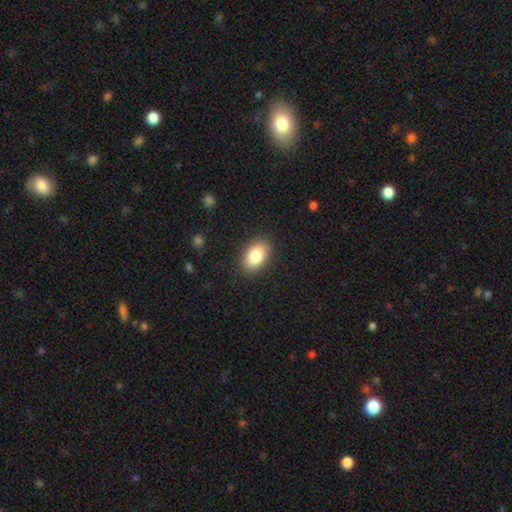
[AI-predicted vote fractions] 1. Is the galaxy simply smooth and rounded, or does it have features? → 84% smooth, 9% featured or disk, 7% star or artifact.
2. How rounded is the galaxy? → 89% in between, 10% round, 1% cigar-shaped.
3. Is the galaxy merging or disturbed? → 88% none, 9% minor disturbance, 3% major disturbance, 1% merger.